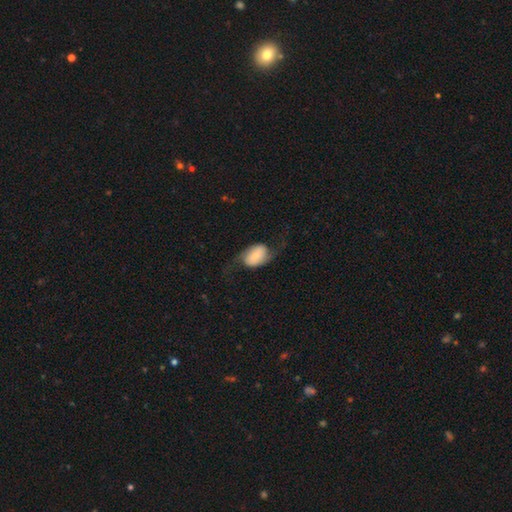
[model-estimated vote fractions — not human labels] Morphology: type=featured or disk (52%); edge-on=no (95%); merging=none (58%).